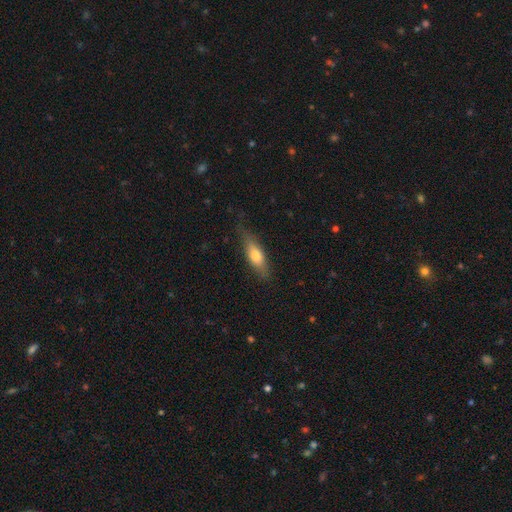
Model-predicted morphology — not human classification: This is likely a smooth galaxy (66%). How rounded: possibly in between (54%). Merging: likely none (71%).